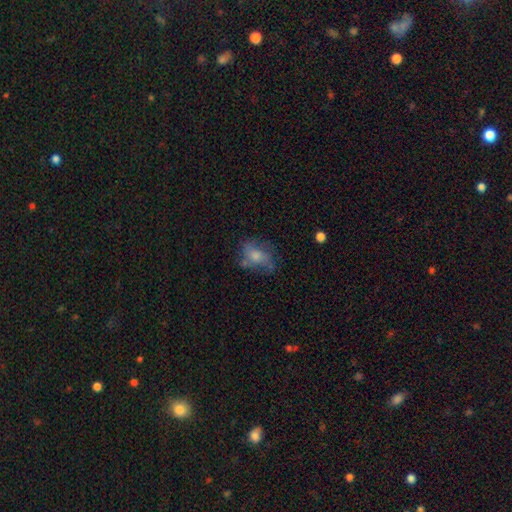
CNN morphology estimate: This appears to be a smooth galaxy with no disk features (53%) that is in between round and cigar-shaped (71%). Merging: none (50%).